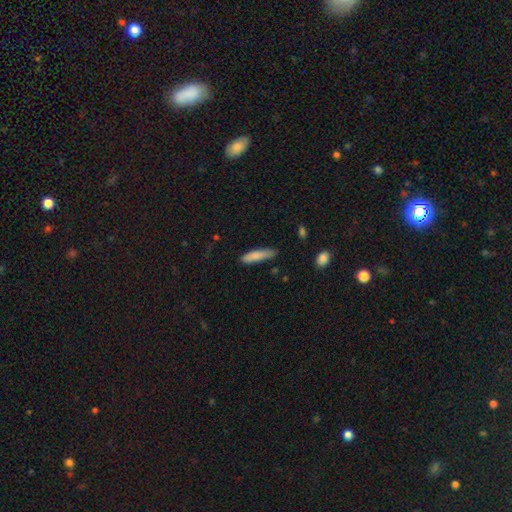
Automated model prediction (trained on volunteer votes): smooth 83%, featured or disk 11%, star or artifact 6%. Down the decision tree: how rounded — cigar-shaped (81%); merging — none (72%).